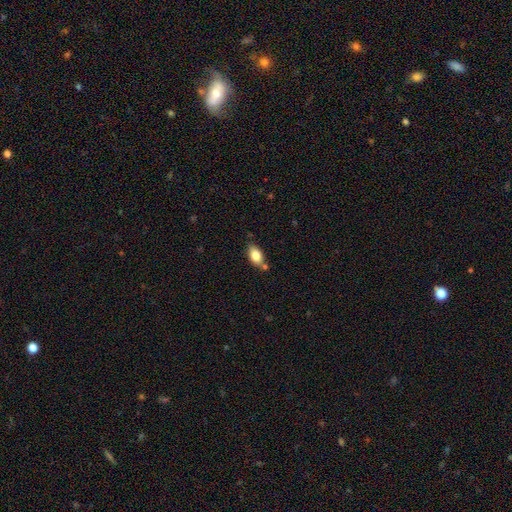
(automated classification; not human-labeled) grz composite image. It shows a smooth galaxy with no disk features (81%) that is in between round and cigar-shaped (90%). Merging: none (73%).